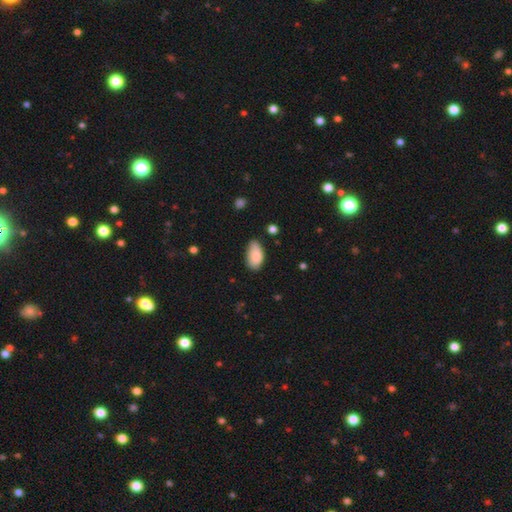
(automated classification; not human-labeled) smooth_or_featured: smooth (p=0.85) [alt: featured or disk p=0.08]
how_rounded: in between (p=0.94) [alt: round p=0.03]
merging: none (p=0.60) [alt: minor disturbance p=0.32]